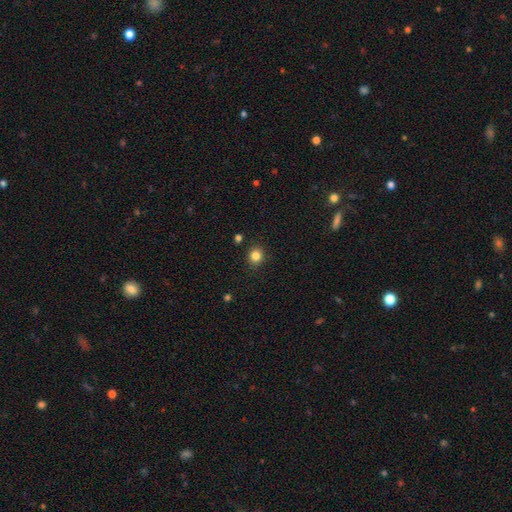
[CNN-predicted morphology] This is clearly a smooth galaxy (84%). How rounded: clearly round (83%). Merging: clearly none (90%).